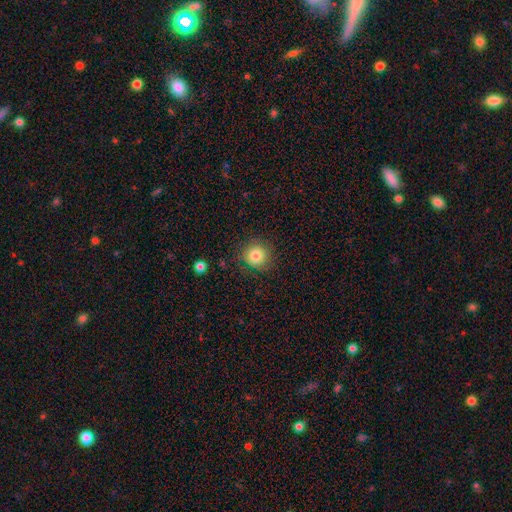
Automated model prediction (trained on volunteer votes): smooth_or_featured: smooth (p=0.82) [alt: star or artifact p=0.11]
how_rounded: round (p=0.93) [alt: in between p=0.06]
merging: none (p=0.84) [alt: minor disturbance p=0.11]